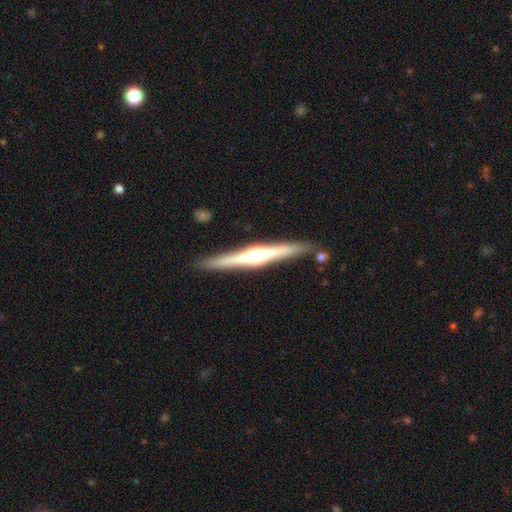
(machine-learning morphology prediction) This appears to be a featured or disk galaxy (77%) viewed edge-on (98%) with a rounded central bulge (89%). Merging: none (88%).